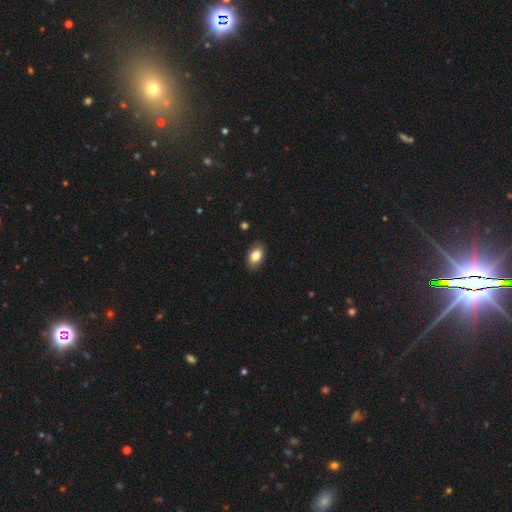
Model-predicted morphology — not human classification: A smooth galaxy with no disk features (83%) that is in between round and cigar-shaped (91%).

Vote fractions:
- Smooth or featured? smooth: 83% / featured or disk: 10% / star or artifact: 7%
- How rounded? in between: 91% / round: 7% / cigar-shaped: 2%
- Merging? none: 87% / minor disturbance: 10% / major disturbance: 2% / merger: 1%